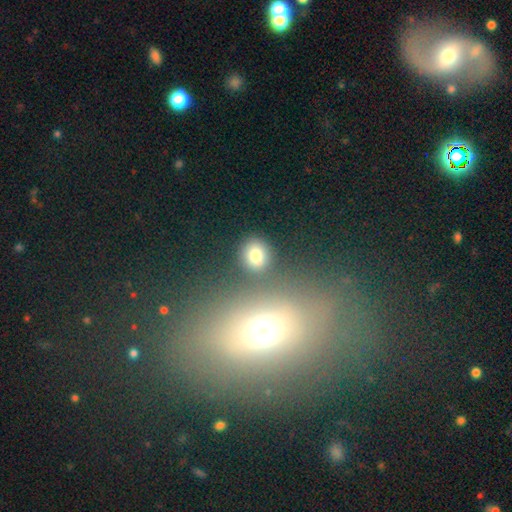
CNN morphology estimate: Smooth or featured: smooth — 76% (star or artifact — 15%)
How rounded: round — 70% (in between — 28%)
Merging: none — 80% (minor disturbance — 9%)